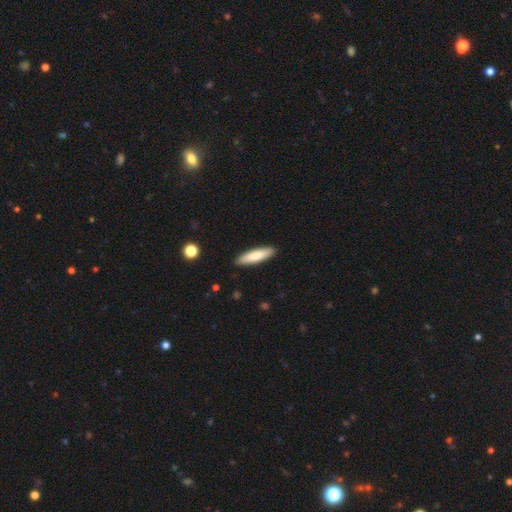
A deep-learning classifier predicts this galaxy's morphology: This is clearly a smooth galaxy (81%). How rounded: likely cigar-shaped (71%). Merging: clearly none (90%).